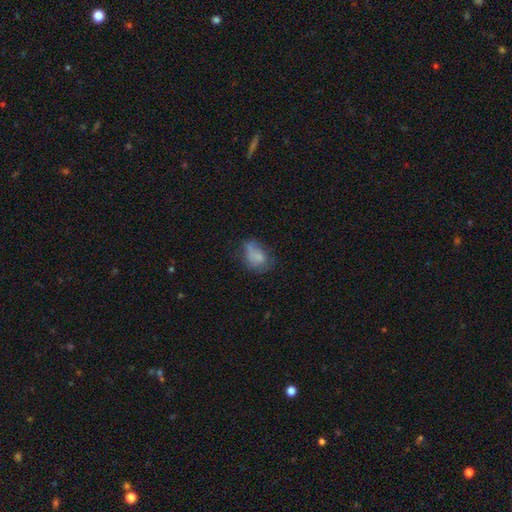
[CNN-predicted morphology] A smooth galaxy with no disk features (67%) that is in between round and cigar-shaped (71%). Merging: none (40%).